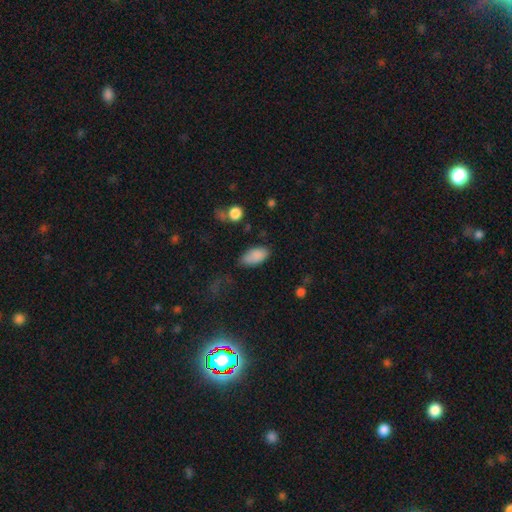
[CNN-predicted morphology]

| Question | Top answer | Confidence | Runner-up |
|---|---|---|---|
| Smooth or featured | smooth | 87% | star or artifact (8%) |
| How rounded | in between | 93% | cigar-shaped (4%) |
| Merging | none | 72% | minor disturbance (20%) |